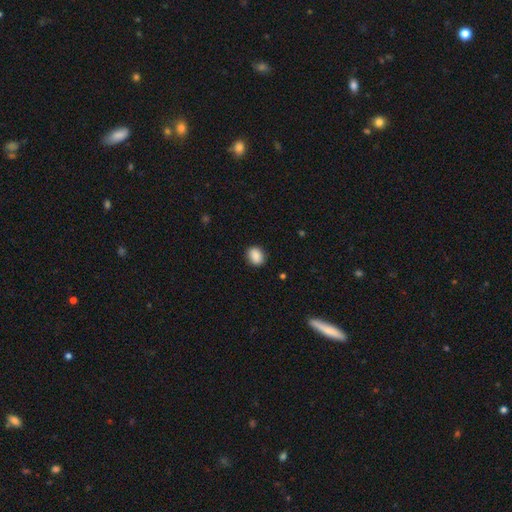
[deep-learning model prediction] Smooth or featured? smooth (89%)
How rounded? in between (54%)
Merging? none (88%)